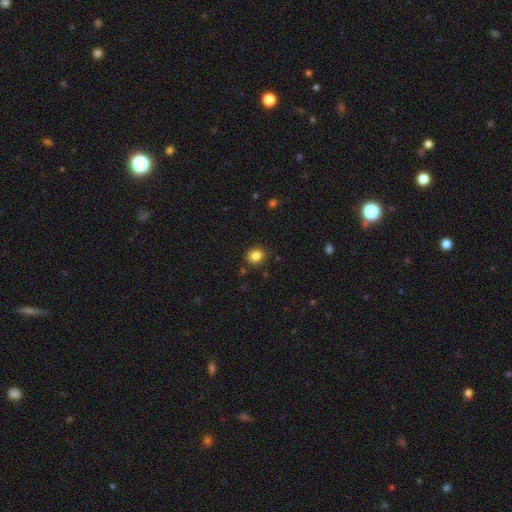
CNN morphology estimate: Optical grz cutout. It shows a smooth galaxy with no disk features (84%) that is round (80%). Merging: none (88%).